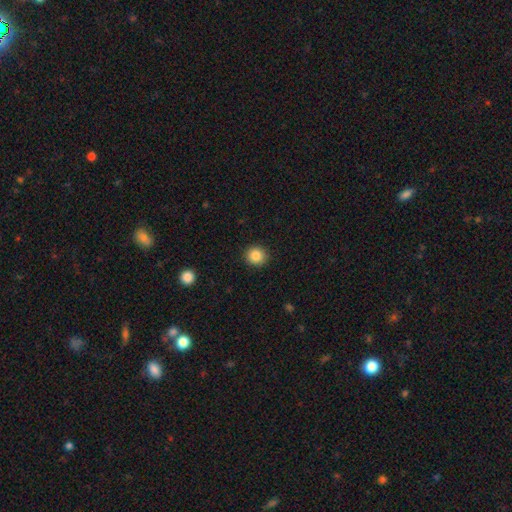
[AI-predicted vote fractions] The model was most divided on "smooth or featured": smooth: 86%, star or artifact: 10%, featured or disk: 5%. More confident: merging — none (92%); how rounded — round (91%).